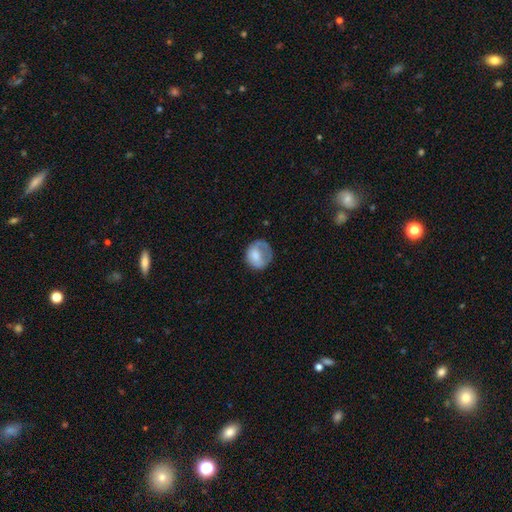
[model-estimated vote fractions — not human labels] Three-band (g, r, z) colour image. It shows a smooth galaxy with no disk features (69%) that is round (74%). Merging: none (47%).